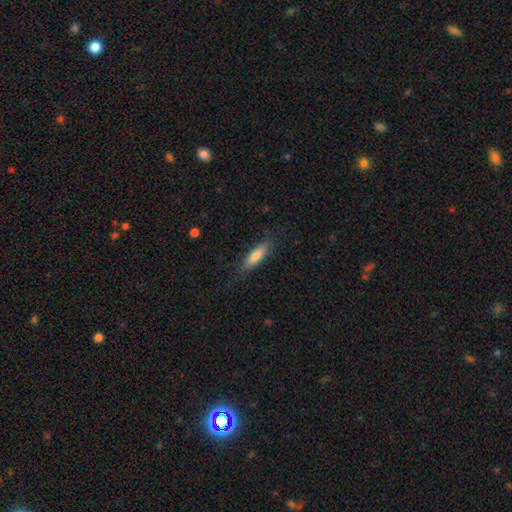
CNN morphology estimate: The model was most divided on "how rounded": cigar-shaped: 58%, in between: 41%, round: 2%. More confident: merging — none (79%); smooth or featured — smooth (76%).